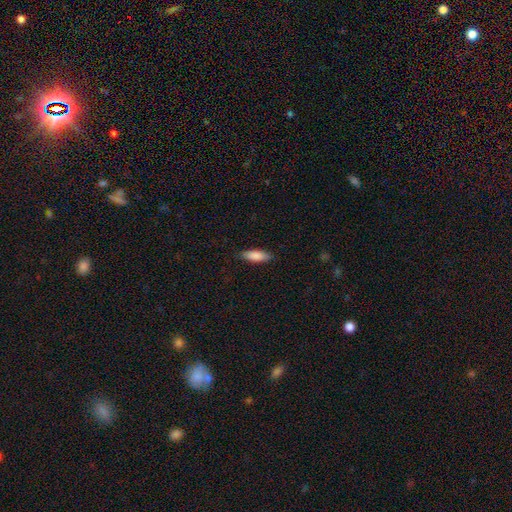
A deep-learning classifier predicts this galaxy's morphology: smooth 85%, featured or disk 10%, star or artifact 6%. Down the decision tree: how rounded — in between (62%); merging — none (87%).